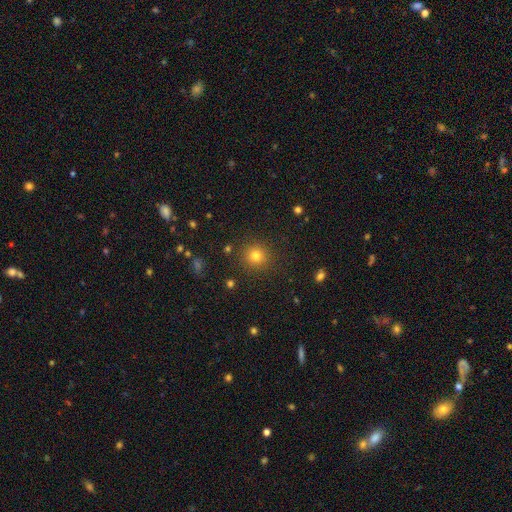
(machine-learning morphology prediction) Smooth or featured: smooth — 79% (star or artifact — 14%)
How rounded: round — 93% (in between — 6%)
Merging: none — 89% (minor disturbance — 6%)